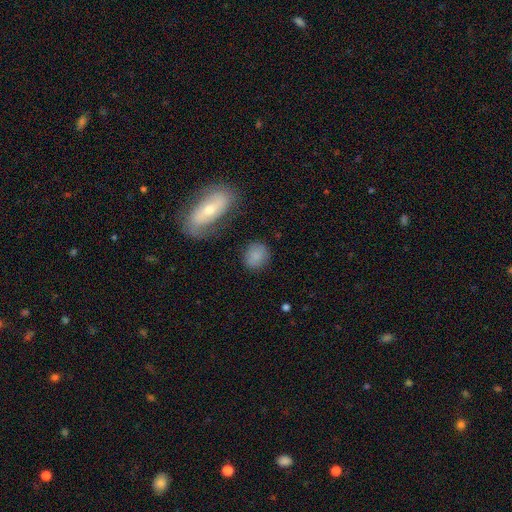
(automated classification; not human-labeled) Smooth or featured?
  - smooth: 83% *
  - star or artifact: 9%
  - featured or disk: 8%
How rounded?
  - round: 63% *
  - in between: 35%
  - cigar-shaped: 2%
Merging?
  - none: 80% *
  - minor disturbance: 12%
  - major disturbance: 4%
  - merger: 4%